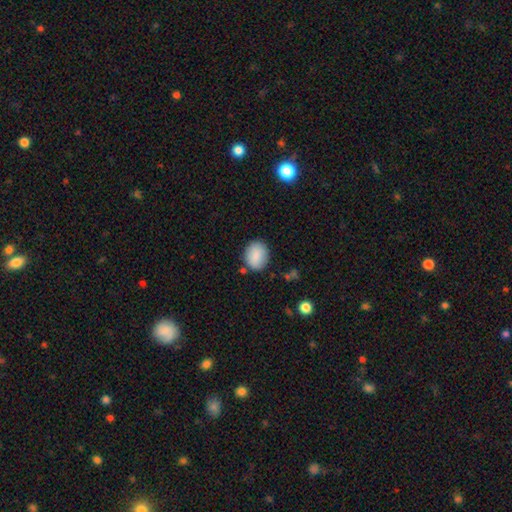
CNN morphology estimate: The model was most divided on "how rounded": in between: 55%, round: 44%, cigar-shaped: 1%. More confident: smooth or featured — smooth (86%); merging — none (80%).